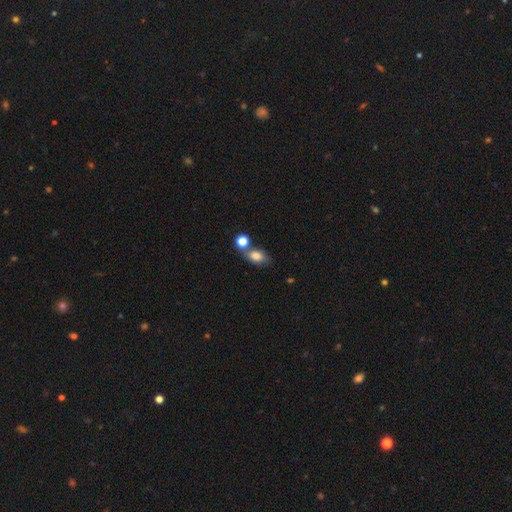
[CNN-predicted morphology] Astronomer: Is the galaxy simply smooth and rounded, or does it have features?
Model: smooth — 80%.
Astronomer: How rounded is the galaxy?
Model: in between — 77%.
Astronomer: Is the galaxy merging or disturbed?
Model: none — 52%.